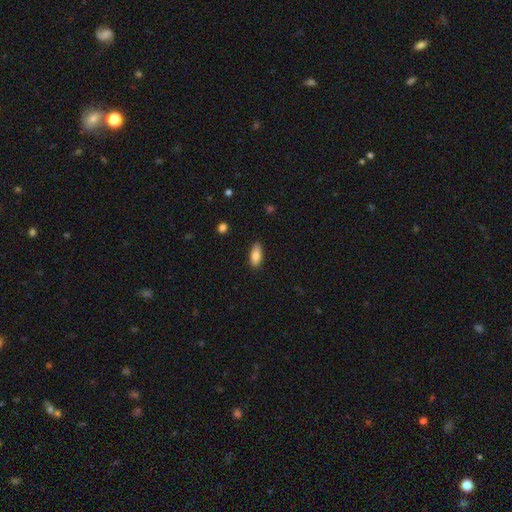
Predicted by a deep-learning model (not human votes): A smooth galaxy with no disk features (82%) that is in between round and cigar-shaped (80%). Merging: none (85%).